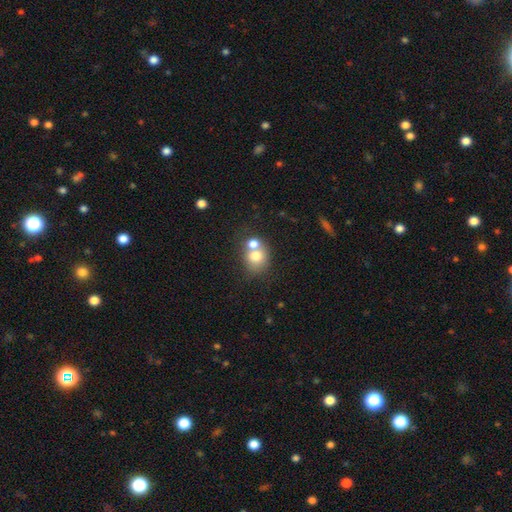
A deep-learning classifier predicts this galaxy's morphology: This appears to be a smooth galaxy with no disk features (73%) that is round (69%). Merging: merger (55%).